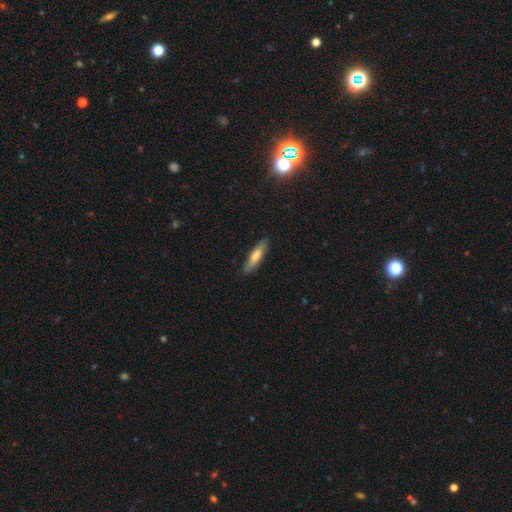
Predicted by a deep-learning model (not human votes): Smooth or featured? Predicted: smooth (p=0.68). How rounded? Predicted: cigar-shaped (p=0.74). Merging? Predicted: none (p=0.86).